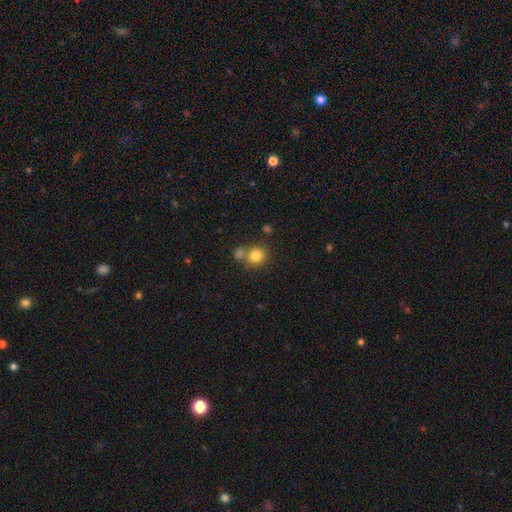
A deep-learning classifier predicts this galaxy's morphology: A smooth galaxy with no disk features (81%) that is round (86%). Merging: none (61%).